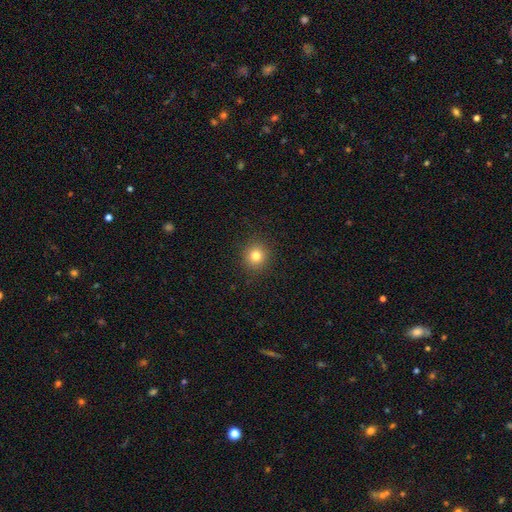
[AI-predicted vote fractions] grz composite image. It shows a smooth galaxy with no disk features (79%) that is round (90%). Merging: none (91%).